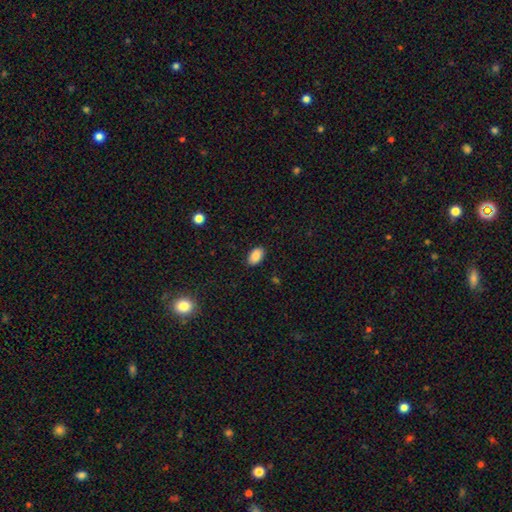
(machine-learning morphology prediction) This appears to be a smooth galaxy with no disk features (87%) that is in between round and cigar-shaped (91%). Merging: none (87%).